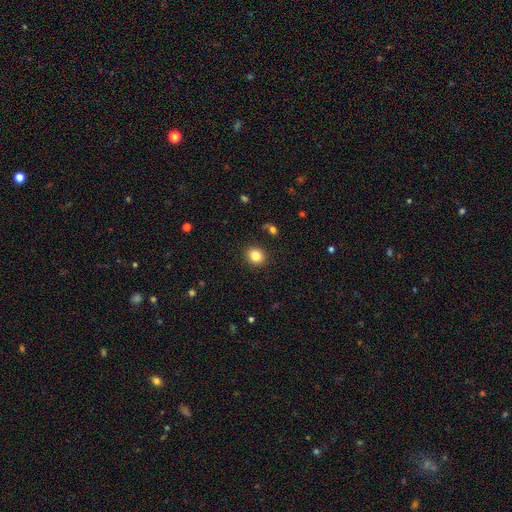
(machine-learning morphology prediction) type=smooth (83%); roundness=round (74%); merging=none (89%).